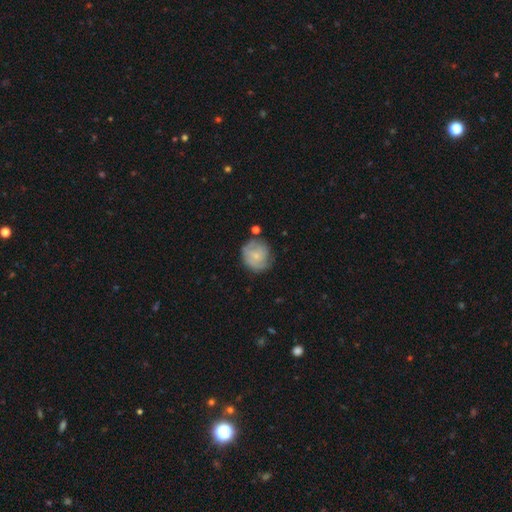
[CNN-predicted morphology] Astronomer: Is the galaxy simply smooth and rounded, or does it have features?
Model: featured or disk — 48% (runner-up: smooth, 44%).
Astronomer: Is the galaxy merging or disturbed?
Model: none — 65%.